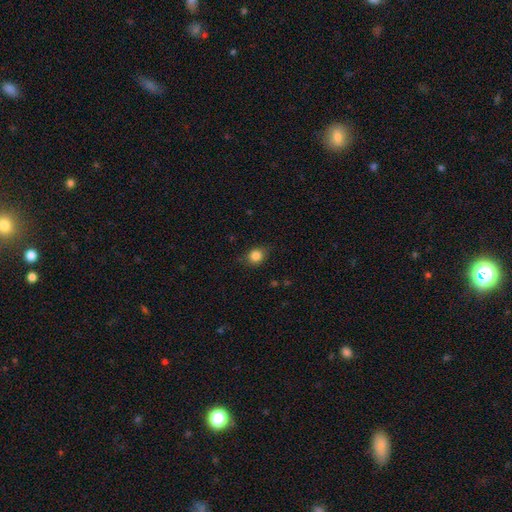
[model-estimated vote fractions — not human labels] Smooth or featured? smooth (84%)
How rounded? round (72%)
Merging? none (80%)